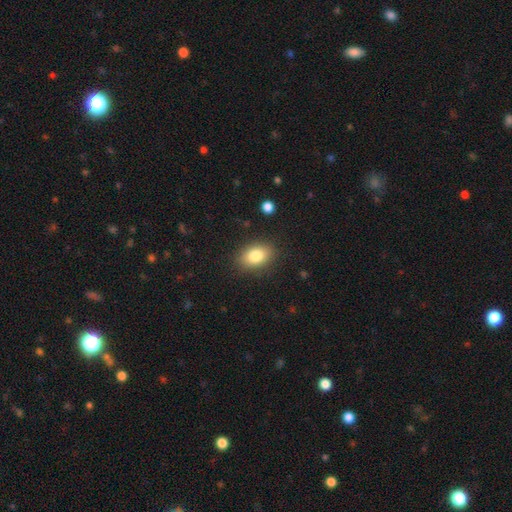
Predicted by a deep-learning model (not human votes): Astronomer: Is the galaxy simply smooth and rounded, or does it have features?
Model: smooth — 82%.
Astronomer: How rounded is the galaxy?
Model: in between — 83%.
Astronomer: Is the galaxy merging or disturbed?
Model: none — 86%.